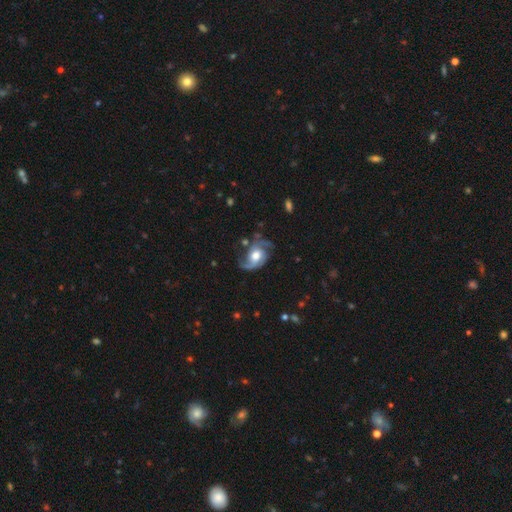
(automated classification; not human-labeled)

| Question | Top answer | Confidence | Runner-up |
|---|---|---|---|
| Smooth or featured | featured or disk | 86% | smooth (9%) |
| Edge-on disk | no | 98% | yes (2%) |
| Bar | no | 64% | weak (29%) |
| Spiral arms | yes | 96% | no (4%) |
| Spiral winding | medium | 48% | loose (35%) |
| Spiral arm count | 2 | 84% | 3 (5%) |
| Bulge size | moderate | 48% | large (41%) |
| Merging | none | 64% | minor disturbance (20%) |